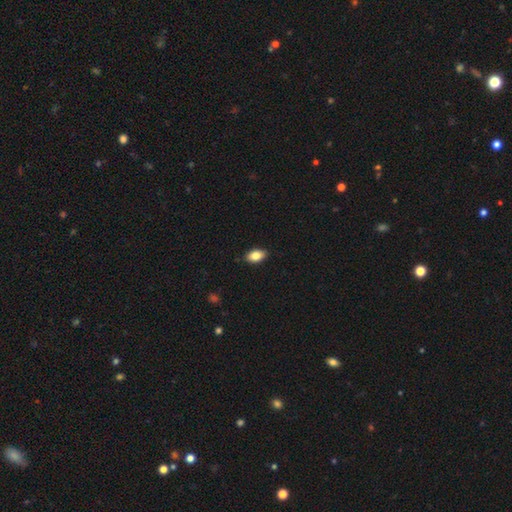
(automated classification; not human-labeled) smooth 83%, featured or disk 9%, star or artifact 8%. Down the decision tree: how rounded — in between (91%); merging — none (88%).